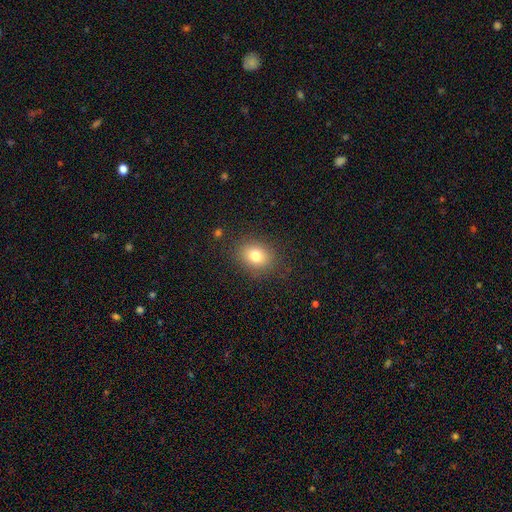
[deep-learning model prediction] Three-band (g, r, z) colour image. It shows a smooth galaxy with no disk features (79%) that is round (50%). Merging: none (86%).